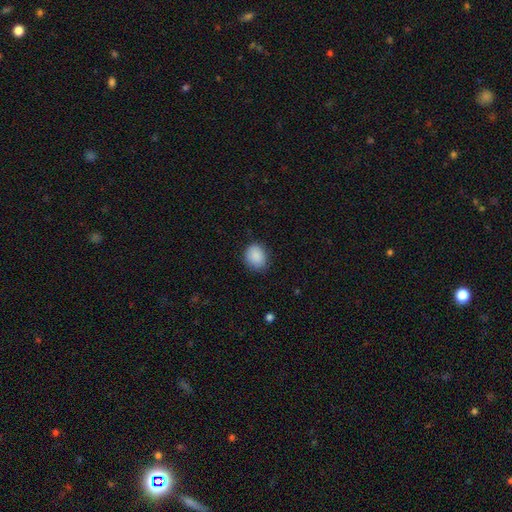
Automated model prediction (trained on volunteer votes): Smooth or featured: smooth — 89% (star or artifact — 8%)
How rounded: round — 61% (in between — 38%)
Merging: none — 81% (minor disturbance — 15%)